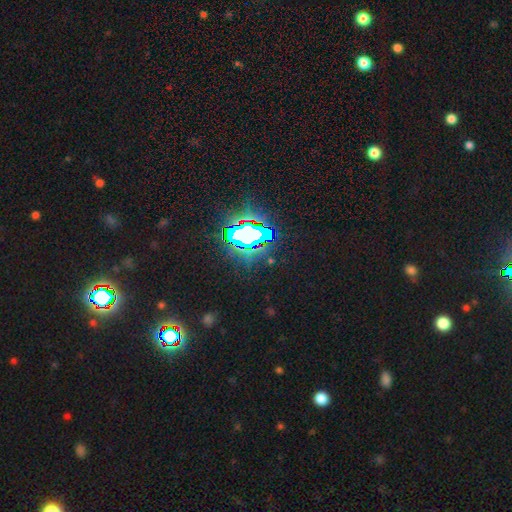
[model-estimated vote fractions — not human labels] Smooth or featured: star or artifact — 84% (smooth — 9%)